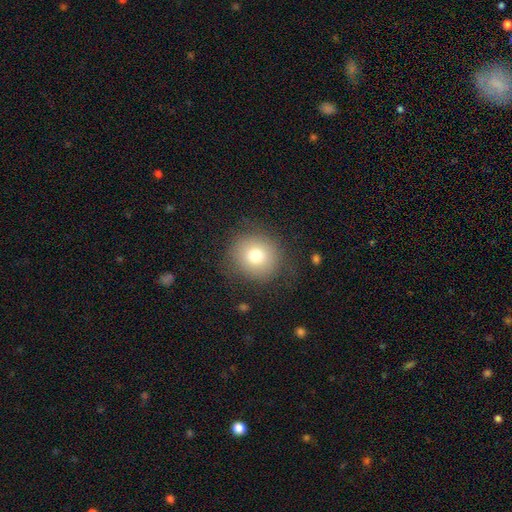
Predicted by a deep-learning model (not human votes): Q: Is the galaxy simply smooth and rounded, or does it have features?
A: smooth — 75%.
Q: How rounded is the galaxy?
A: round — 88%.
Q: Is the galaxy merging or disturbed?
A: none — 80%.